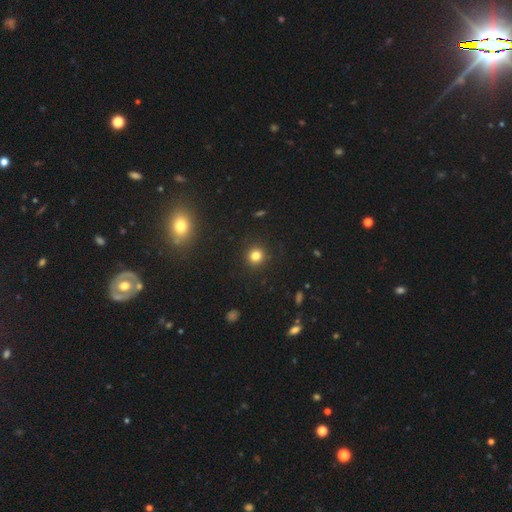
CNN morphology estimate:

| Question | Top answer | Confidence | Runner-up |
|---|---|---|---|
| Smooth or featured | smooth | 81% | star or artifact (14%) |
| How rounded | round | 92% | in between (7%) |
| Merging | none | 91% | minor disturbance (5%) |